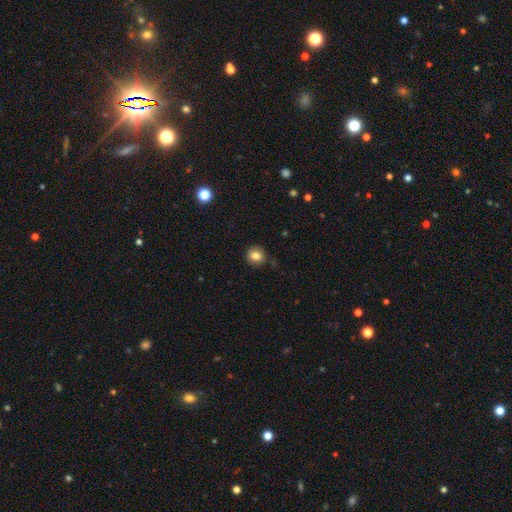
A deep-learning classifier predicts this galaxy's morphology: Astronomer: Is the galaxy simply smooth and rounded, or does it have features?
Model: smooth — 81%.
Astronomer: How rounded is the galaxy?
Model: round — 90%.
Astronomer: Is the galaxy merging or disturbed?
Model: none — 86%.